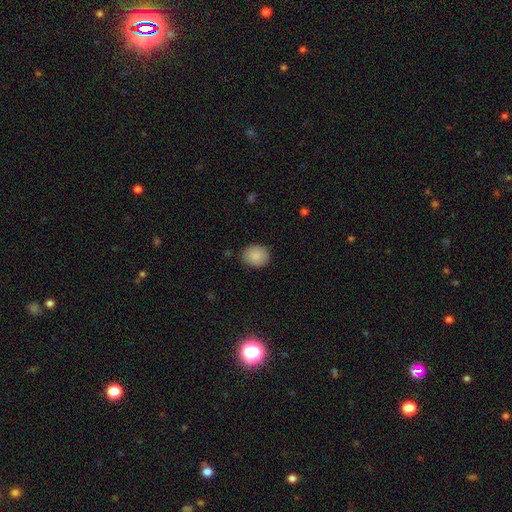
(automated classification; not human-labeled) This is clearly a smooth galaxy (88%). How rounded: likely round (65%). Merging: clearly none (85%).